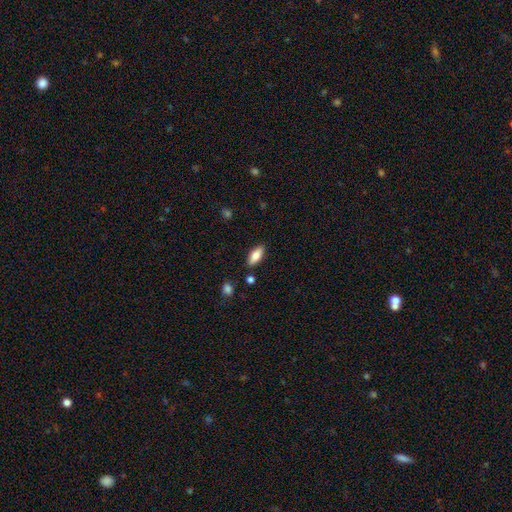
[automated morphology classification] The model was most divided on "smooth or featured": smooth: 83%, featured or disk: 10%, star or artifact: 7%. More confident: how rounded — in between (86%); merging — none (85%).